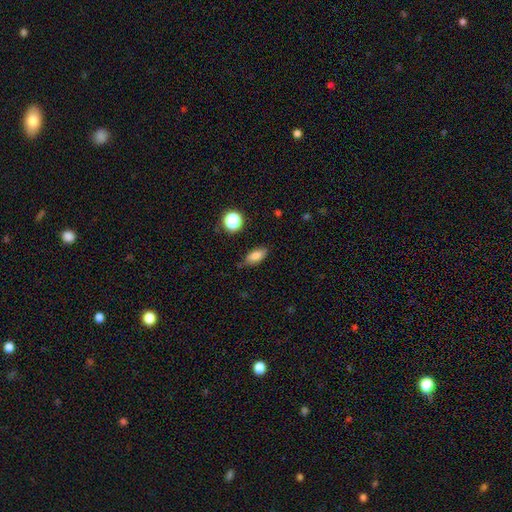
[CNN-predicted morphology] The model was most divided on "merging": none: 75%, minor disturbance: 18%, major disturbance: 4%, merger: 3%. More confident: how rounded — in between (84%); smooth or featured — smooth (82%).